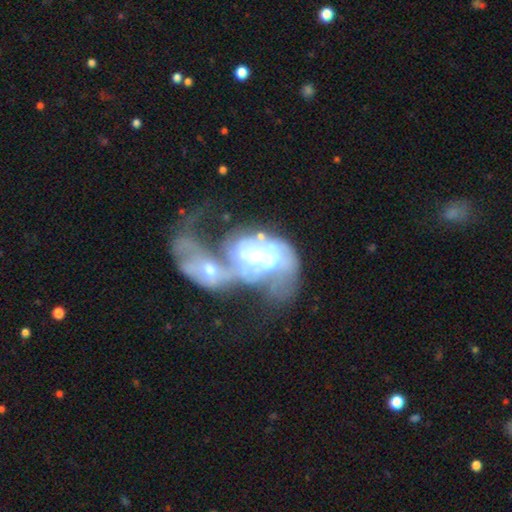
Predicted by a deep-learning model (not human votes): featured or disk 77%, smooth 14%, star or artifact 9%. Down the decision tree: edge-on disk — no (96%); bar — no (46%); spiral arms — yes (65%); bulge size — moderate (53%); merging — merger (78%).